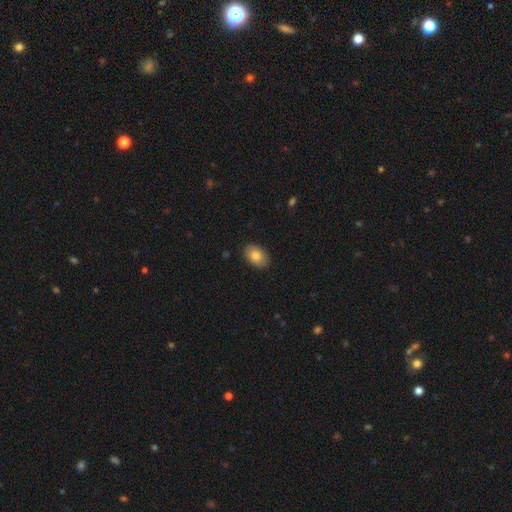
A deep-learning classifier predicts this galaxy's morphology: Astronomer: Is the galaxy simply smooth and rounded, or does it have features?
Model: smooth — 82%.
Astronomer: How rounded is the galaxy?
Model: in between — 87%.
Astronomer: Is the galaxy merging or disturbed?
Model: none — 88%.